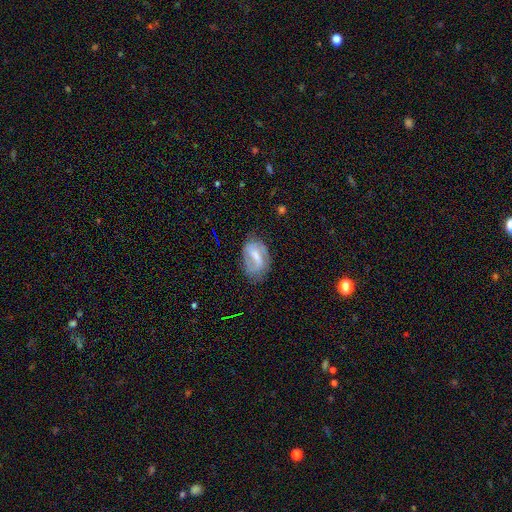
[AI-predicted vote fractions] Smooth or featured? Predicted: featured or disk (p=0.66). Edge-on disk? Predicted: no (p=0.96). Bar? Predicted: weak (p=0.43, tied with strong). Spiral arms? Predicted: yes (p=0.80). Spiral winding? Predicted: medium (p=0.42). Spiral arm count? Predicted: 2 (p=0.69). Bulge size? Predicted: small (p=0.39). Merging? Predicted: none (p=0.63).